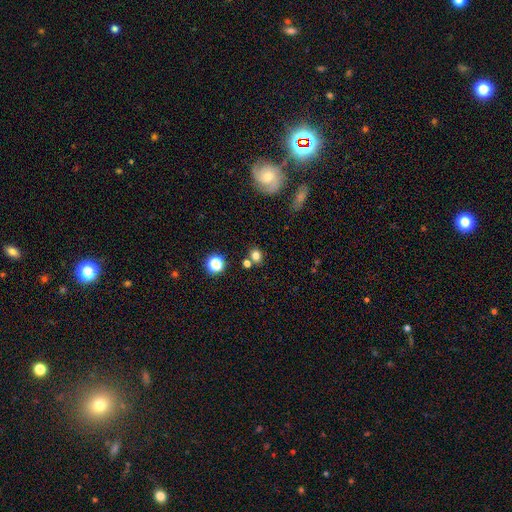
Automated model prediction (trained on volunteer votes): Smooth or featured: smooth — 75% (star or artifact — 17%)
How rounded: round — 70% (in between — 28%)
Merging: none — 72% (merger — 14%)